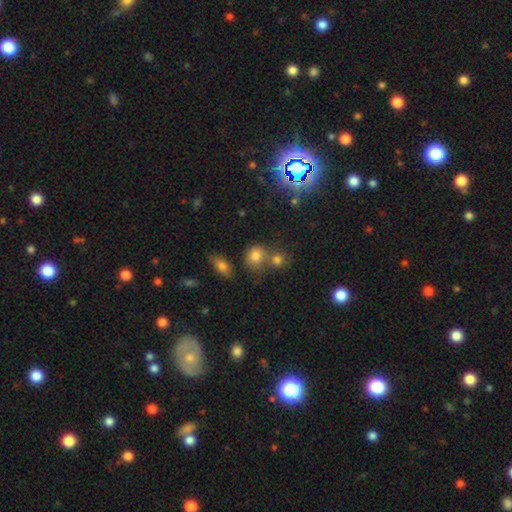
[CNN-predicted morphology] type=smooth (77%); roundness=round (69%); merging=none (45%).